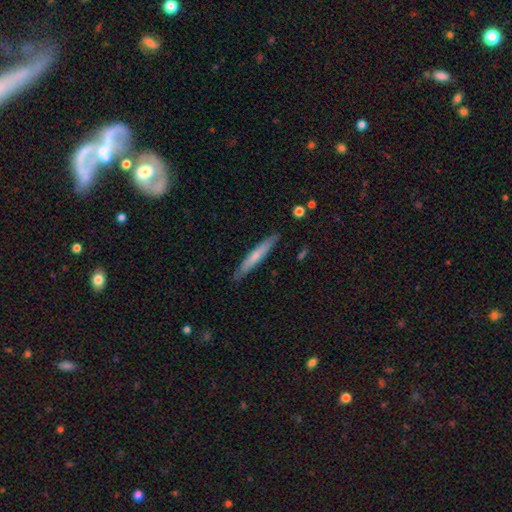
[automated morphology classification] smooth_or_featured: smooth (p=0.58) [alt: featured or disk p=0.36]
how_rounded: cigar-shaped (p=0.95) [alt: in between p=0.04]
merging: none (p=0.88) [alt: minor disturbance p=0.09]